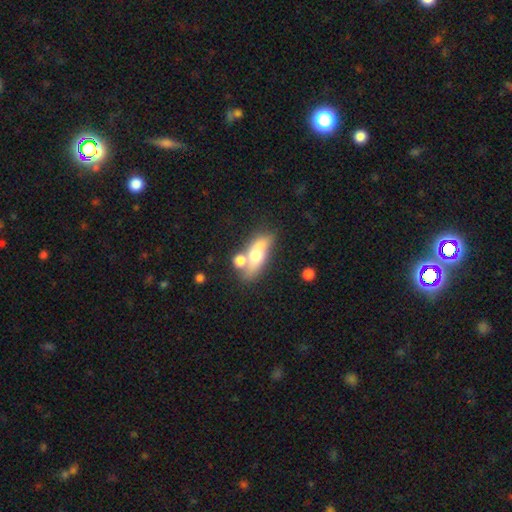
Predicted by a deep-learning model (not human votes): Morphology: type=smooth (50%); roundness=in between (63%); merging=none (43%).